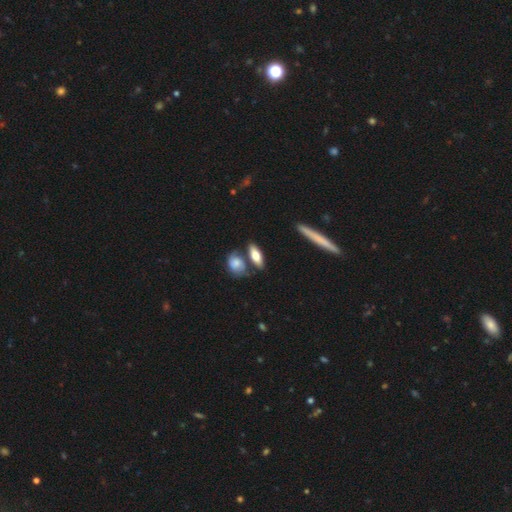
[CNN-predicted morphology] This is likely a smooth galaxy (70%). How rounded: likely in between (68%). Merging: likely none (66%).